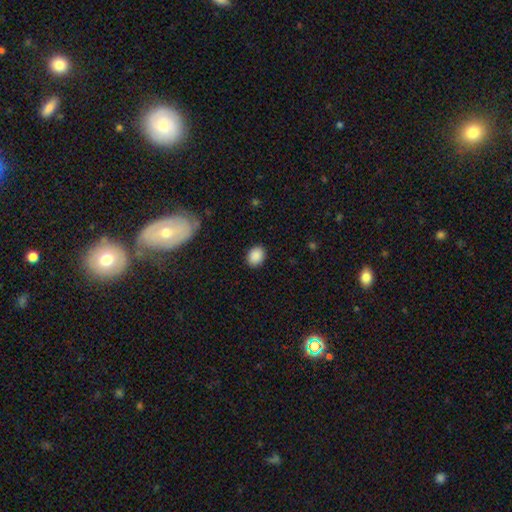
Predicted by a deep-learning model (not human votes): Morphology: type=smooth (89%); roundness=in between (63%); merging=none (89%).